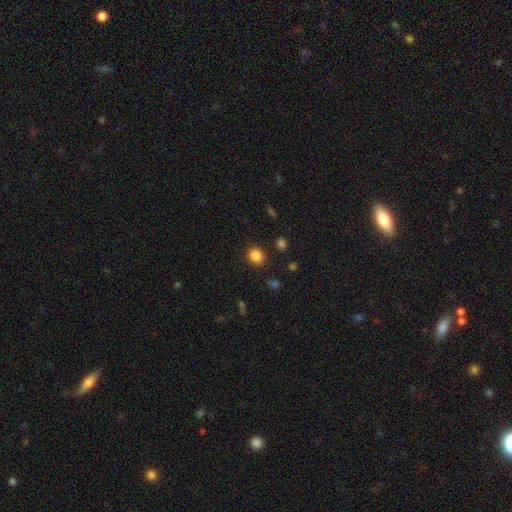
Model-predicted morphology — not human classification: Smooth or featured? smooth (85%)
How rounded? round (72%)
Merging? none (86%)